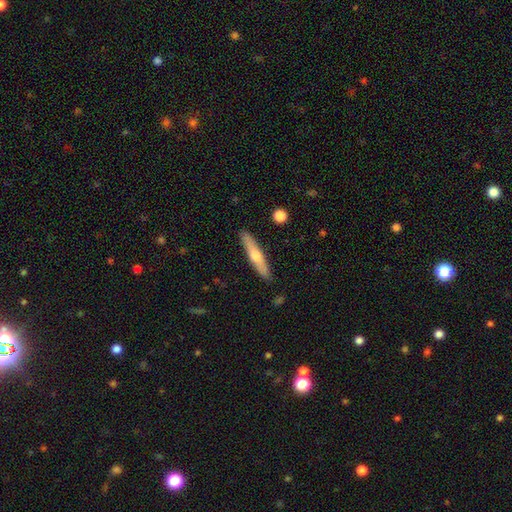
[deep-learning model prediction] Q: Smooth or featured?
A: smooth (49%); runner-up: featured or disk (46%)
Q: Merging?
A: none (89%); runner-up: minor disturbance (8%)